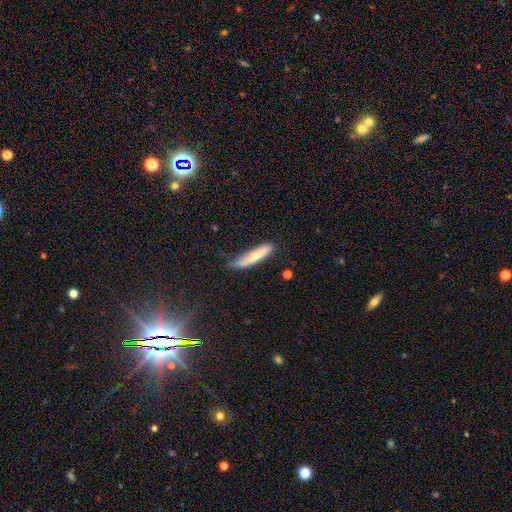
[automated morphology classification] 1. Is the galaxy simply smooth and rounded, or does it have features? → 71% smooth, 23% featured or disk, 6% star or artifact.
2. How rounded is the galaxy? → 86% cigar-shaped, 13% in between, 1% round.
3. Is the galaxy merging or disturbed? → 59% none, 30% minor disturbance, 8% major disturbance, 3% merger.